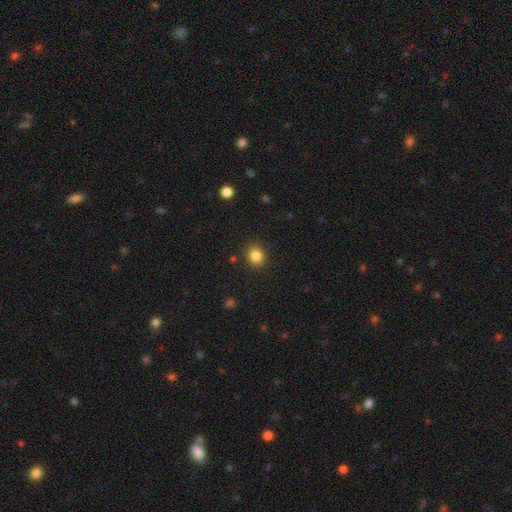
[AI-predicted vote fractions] Smooth or featured: smooth — 84% (star or artifact — 11%)
How rounded: round — 62% (in between — 37%)
Merging: none — 88% (minor disturbance — 8%)